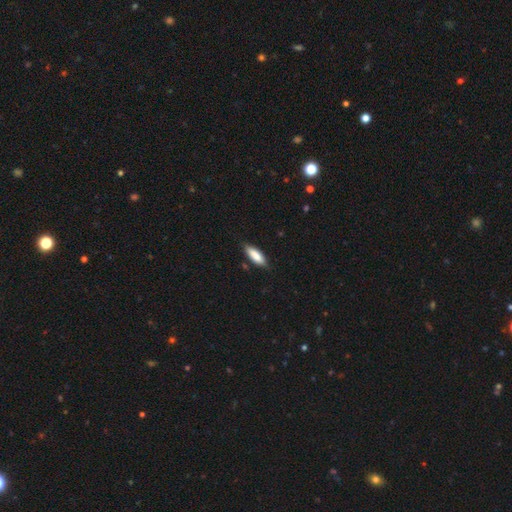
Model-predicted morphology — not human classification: smooth_or_featured: smooth (p=0.83) [alt: featured or disk p=0.12]
how_rounded: in between (p=0.57) [alt: cigar-shaped p=0.41]
merging: none (p=0.82) [alt: minor disturbance p=0.14]